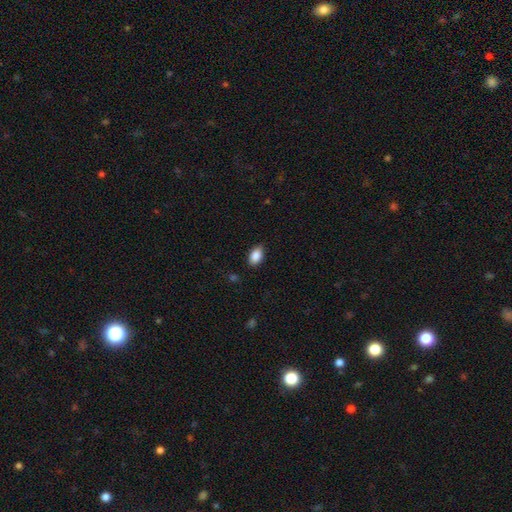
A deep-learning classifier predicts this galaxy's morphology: Smooth or featured? Predicted: smooth (p=0.88). How rounded? Predicted: in between (p=0.90). Merging? Predicted: none (p=0.87).